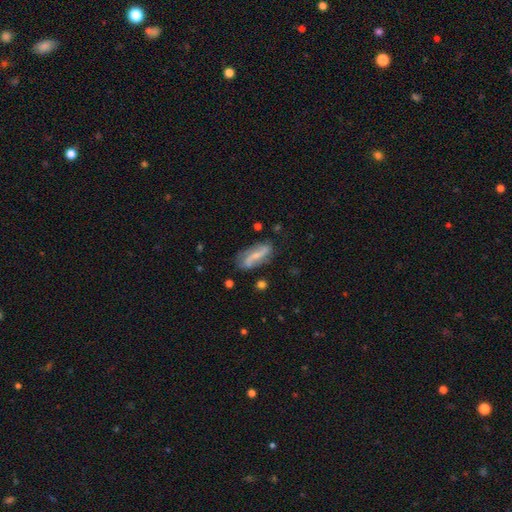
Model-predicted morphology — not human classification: A featured or disk galaxy (74%) with a strong bar (37%, tied with weak), 2 (89%) loose (61%) spiral arms (92%) and a small central bulge (58%). Merging: none (75%).